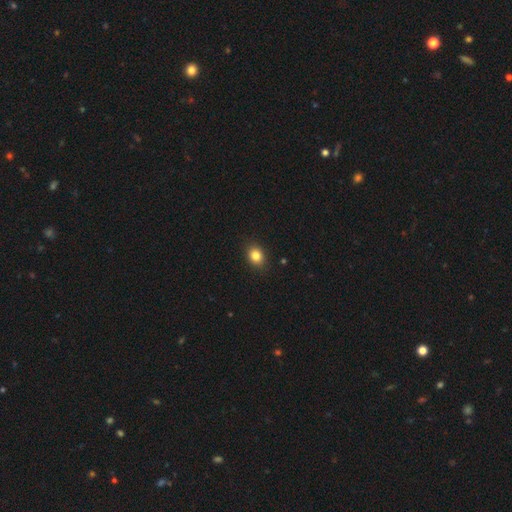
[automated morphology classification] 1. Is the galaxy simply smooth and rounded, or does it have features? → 84% smooth, 10% star or artifact, 6% featured or disk.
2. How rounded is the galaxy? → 53% in between, 46% round, 1% cigar-shaped.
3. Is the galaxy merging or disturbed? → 88% none, 9% minor disturbance, 2% major disturbance, 1% merger.